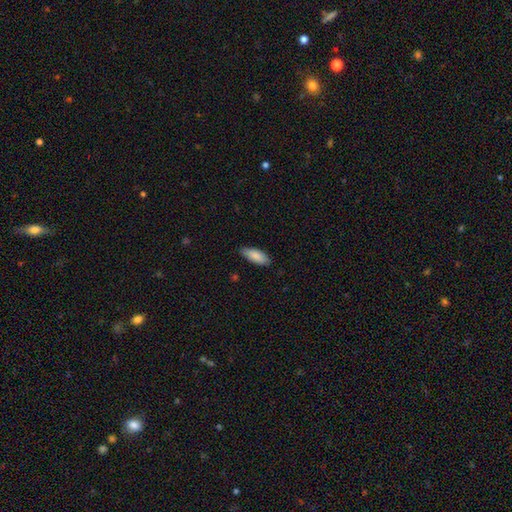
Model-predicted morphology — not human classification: A smooth galaxy with no disk features (87%) that is in between round and cigar-shaped (75%). Merging: none (84%).